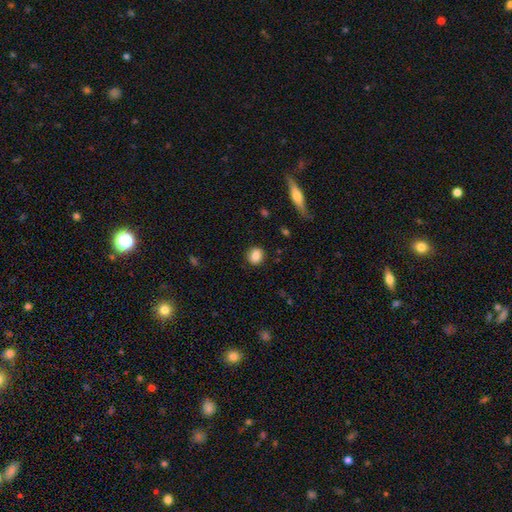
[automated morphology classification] Smooth or featured? Predicted: smooth (p=0.86). How rounded? Predicted: round (p=0.63). Merging? Predicted: none (p=0.86).